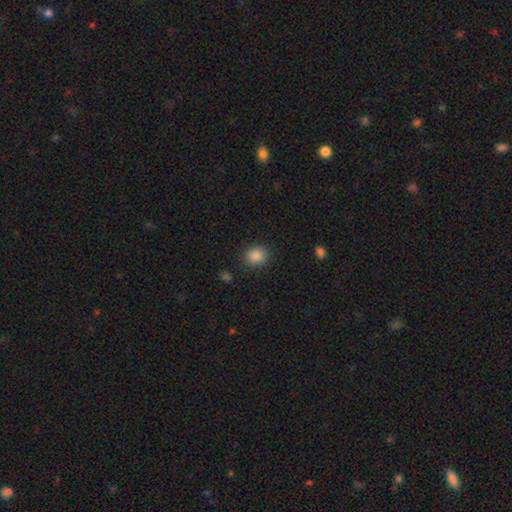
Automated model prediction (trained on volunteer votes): A smooth galaxy with no disk features (87%) that is round (61%). Merging: none (86%).